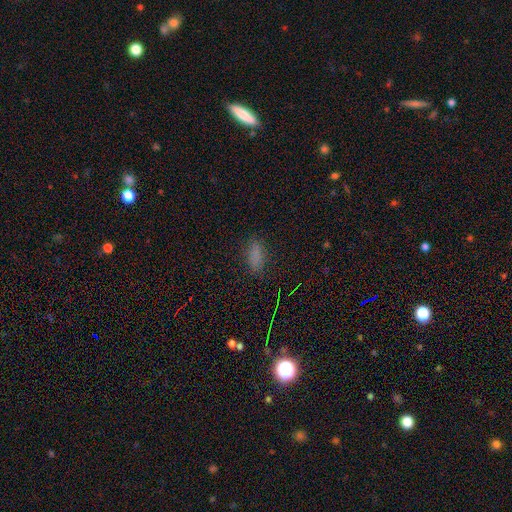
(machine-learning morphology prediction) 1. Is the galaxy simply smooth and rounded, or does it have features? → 76% smooth, 18% star or artifact, 6% featured or disk.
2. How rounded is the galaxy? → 82% in between, 14% cigar-shaped, 4% round.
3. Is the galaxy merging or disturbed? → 82% none, 13% minor disturbance, 4% major disturbance, 1% merger.